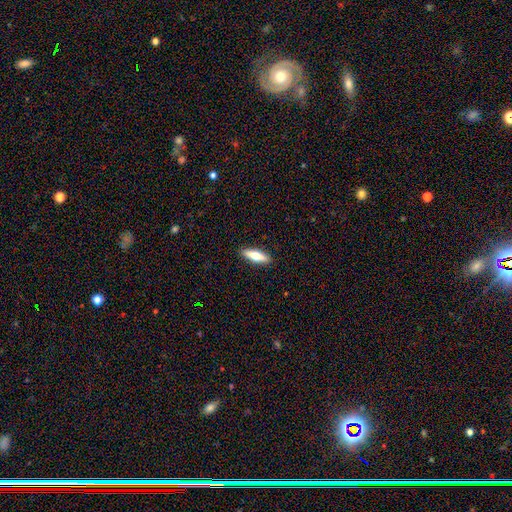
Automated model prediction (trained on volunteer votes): This is likely a smooth galaxy (66%). How rounded: possibly cigar-shaped (53%). Merging: clearly none (90%).